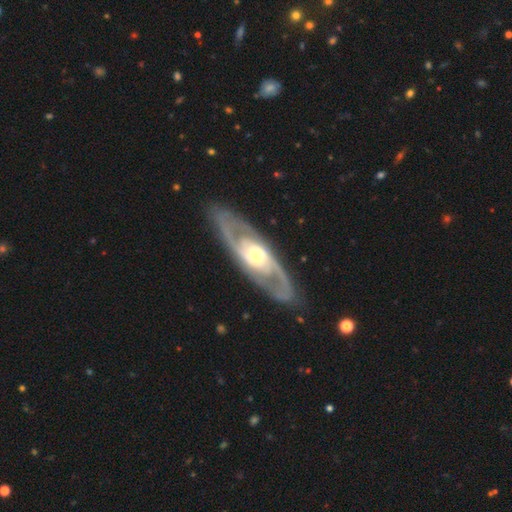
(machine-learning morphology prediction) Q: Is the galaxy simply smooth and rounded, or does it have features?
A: featured or disk — 87%.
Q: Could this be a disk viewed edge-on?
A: no — 88%.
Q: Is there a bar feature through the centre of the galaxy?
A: no — 58%.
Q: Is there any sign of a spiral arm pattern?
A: yes — 91%.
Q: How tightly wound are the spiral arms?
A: medium — 51%.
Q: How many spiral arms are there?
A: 2 — 88%.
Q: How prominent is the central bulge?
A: moderate — 62%.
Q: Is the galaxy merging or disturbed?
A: none — 85%.